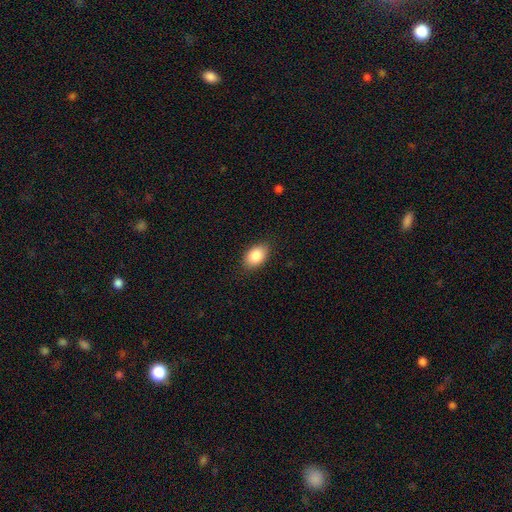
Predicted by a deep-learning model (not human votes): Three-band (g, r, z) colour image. It shows a smooth galaxy with no disk features (86%) that is in between round and cigar-shaped (88%). Merging: none (86%).